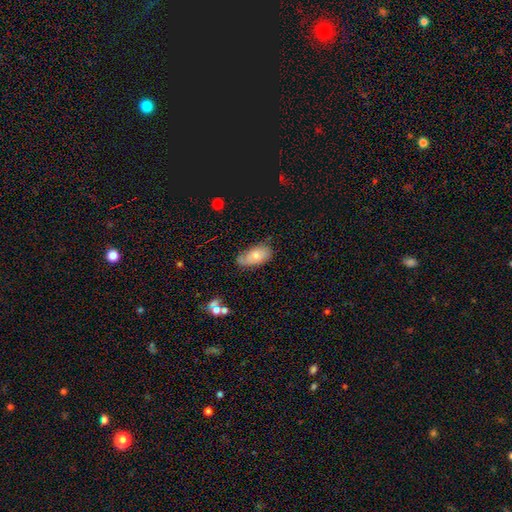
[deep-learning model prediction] The model was most divided on "merging": none: 54%, minor disturbance: 34%, major disturbance: 9%, merger: 3%. More confident: how rounded — in between (93%); smooth or featured — smooth (67%).